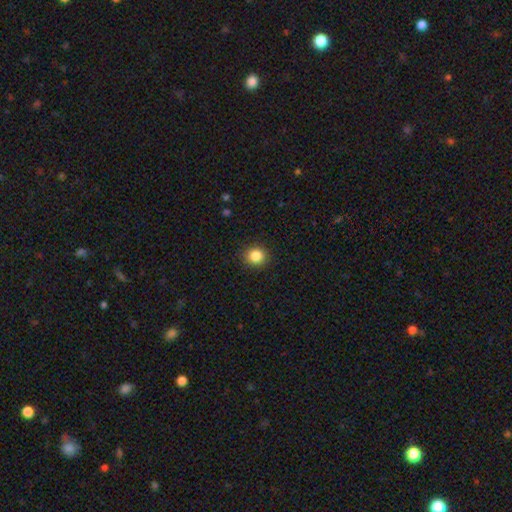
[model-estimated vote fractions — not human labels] Smooth or featured? Predicted: smooth (p=0.85). How rounded? Predicted: round (p=0.90). Merging? Predicted: none (p=0.91).